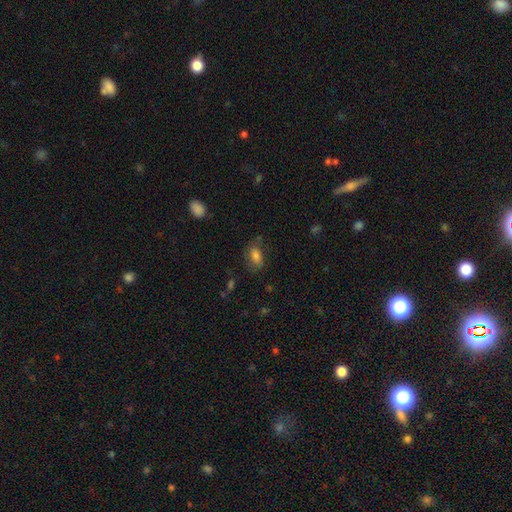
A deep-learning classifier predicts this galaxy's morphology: This is likely a smooth galaxy (76%). How rounded: clearly in between (87%). Merging: likely none (65%).